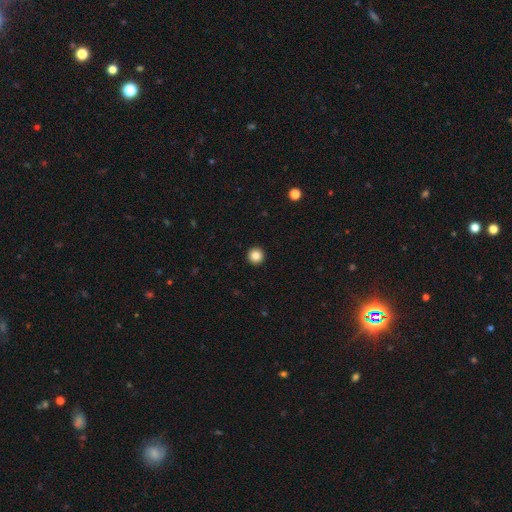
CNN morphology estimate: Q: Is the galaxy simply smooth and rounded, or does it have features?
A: smooth — 86%.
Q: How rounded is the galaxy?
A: round — 96%.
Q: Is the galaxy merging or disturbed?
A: none — 94%.